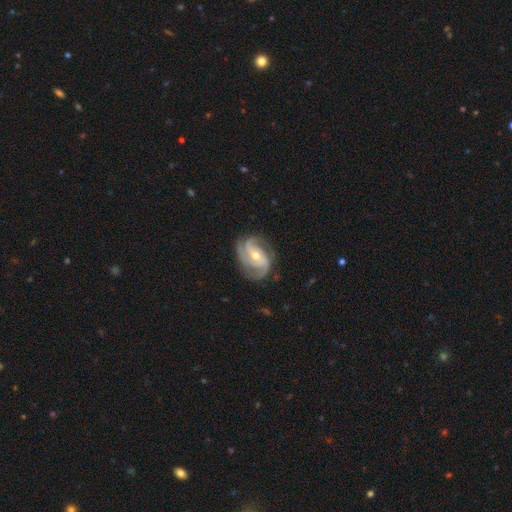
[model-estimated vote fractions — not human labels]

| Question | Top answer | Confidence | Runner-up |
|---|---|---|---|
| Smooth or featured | featured or disk | 90% | smooth (6%) |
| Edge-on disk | no | 98% | yes (2%) |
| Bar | no | 45% | weak (38%) |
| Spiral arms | yes | 98% | no (2%) |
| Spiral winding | medium | 47% | tight (39%) |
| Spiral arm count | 3 | 51% | 2 (23%) |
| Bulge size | moderate | 58% | small (38%) |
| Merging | none | 72% | minor disturbance (19%) |